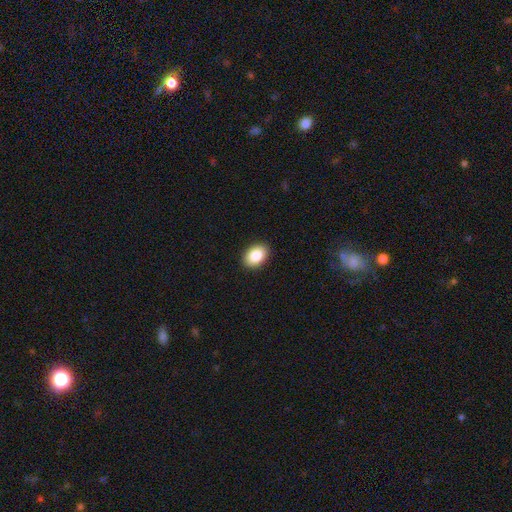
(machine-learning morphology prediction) Smooth or featured? Predicted: smooth (p=0.87). How rounded? Predicted: in between (p=0.83). Merging? Predicted: none (p=0.90).